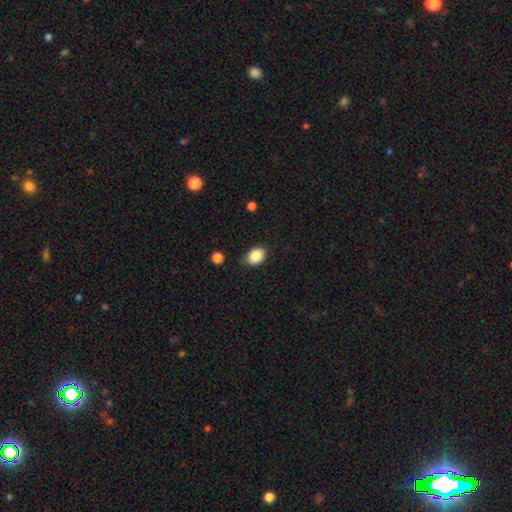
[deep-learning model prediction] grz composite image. It shows a smooth galaxy with no disk features (87%) that is in between round and cigar-shaped (68%). Merging: none (77%).